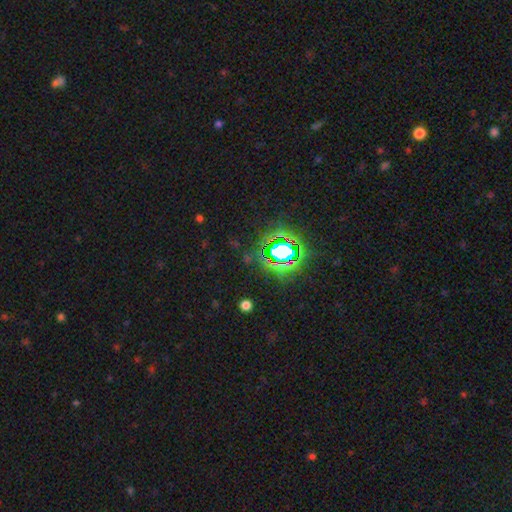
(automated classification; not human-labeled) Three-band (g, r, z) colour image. It shows a star or artifact, not a galaxy (81%).